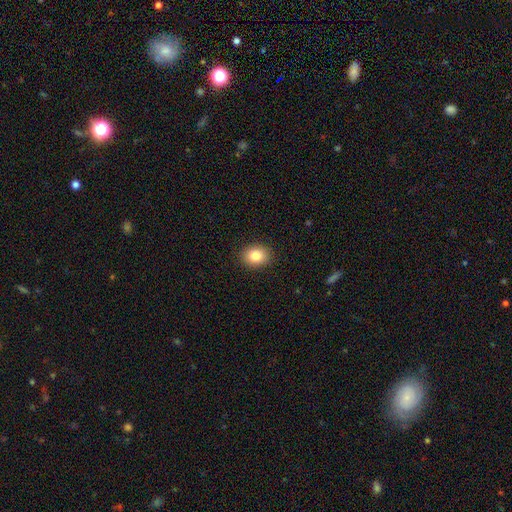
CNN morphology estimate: smooth-or-featured: smooth: 83% | star or artifact: 9% | featured or disk: 7%
  how-rounded: in between: 50% | round: 49% | cigar-shaped: 1%
  merging: none: 90% | minor disturbance: 7% | major disturbance: 2% | merger: 1%